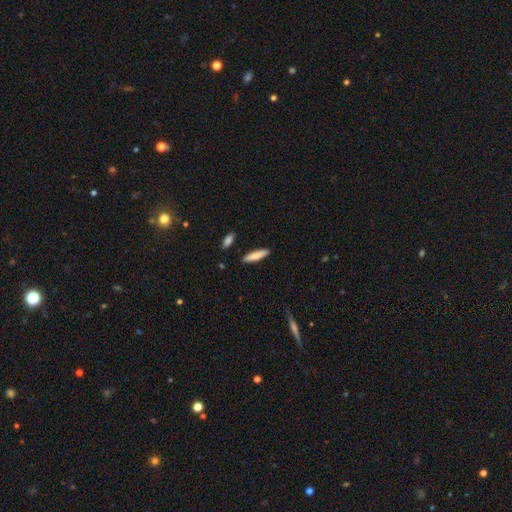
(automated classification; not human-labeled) Overall: smooth (79%). How rounded: cigar-shaped (76%). Merging: none (89%).